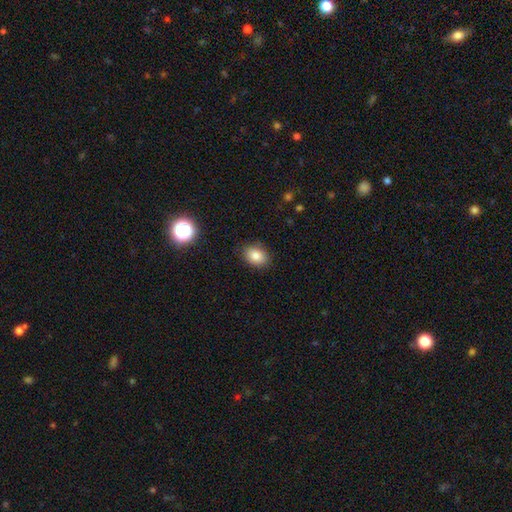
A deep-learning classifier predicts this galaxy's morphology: smooth-or-featured: smooth: 83% | star or artifact: 10% | featured or disk: 7%
  how-rounded: in between: 62% | round: 37% | cigar-shaped: 1%
  merging: none: 86% | minor disturbance: 10% | major disturbance: 2% | merger: 1%